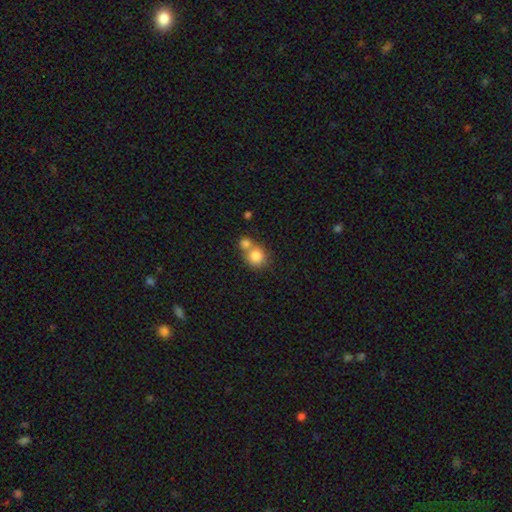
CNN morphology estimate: smooth_or_featured: smooth (p=0.82) [alt: star or artifact p=0.09]
how_rounded: round (p=0.82) [alt: in between p=0.17]
merging: merger (p=0.50) [alt: none p=0.40]